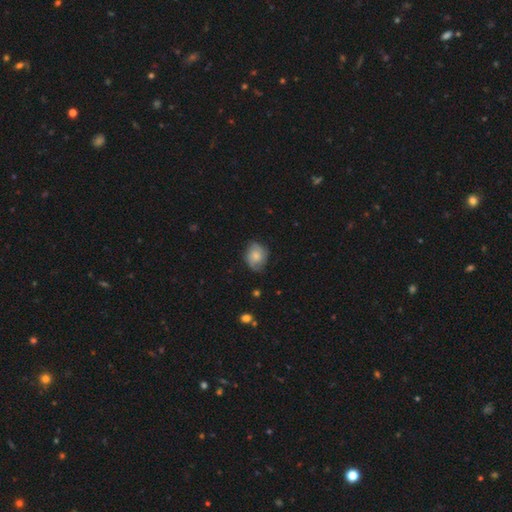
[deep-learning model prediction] Smooth or featured? smooth (52%)
How rounded? round (55%)
Merging? none (69%)